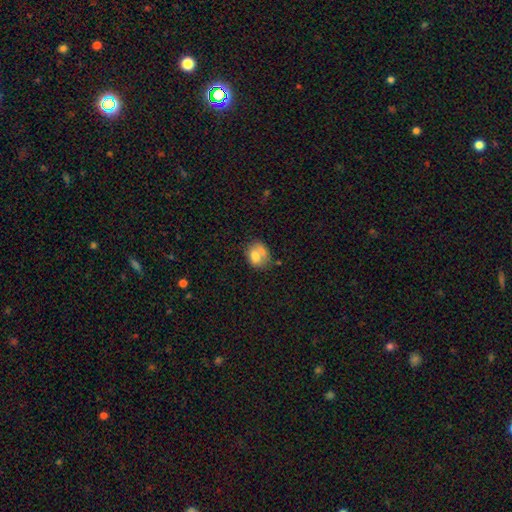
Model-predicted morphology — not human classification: smooth_or_featured: smooth (p=0.70) [alt: featured or disk p=0.20]
how_rounded: in between (p=0.50) [alt: round p=0.49]
merging: none (p=0.37) [alt: merger p=0.34]